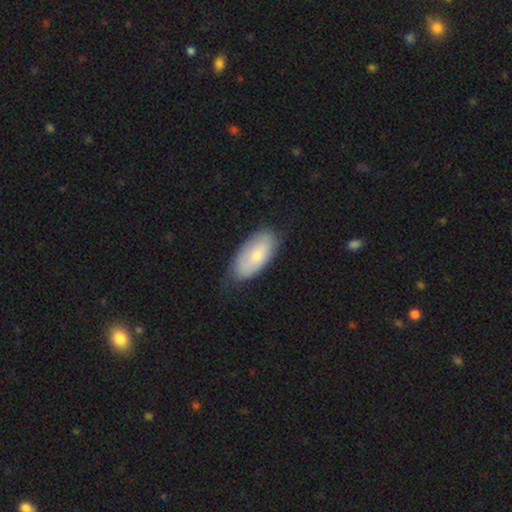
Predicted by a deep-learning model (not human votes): Q: Smooth or featured?
A: smooth (76%); runner-up: featured or disk (18%)
Q: How rounded?
A: in between (92%); runner-up: cigar-shaped (6%)
Q: Merging?
A: none (70%); runner-up: minor disturbance (24%)